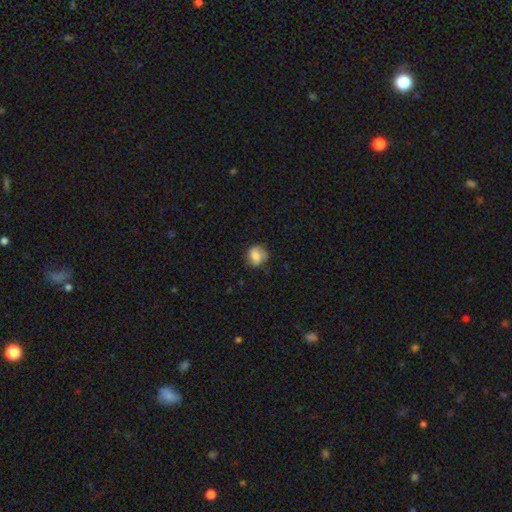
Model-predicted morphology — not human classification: Overall: smooth (78%). How rounded: round (74%). Merging: none (66%).